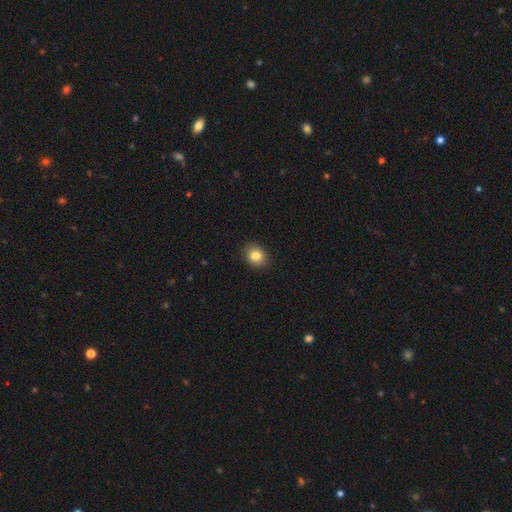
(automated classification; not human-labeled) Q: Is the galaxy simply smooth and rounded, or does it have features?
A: smooth — 83%.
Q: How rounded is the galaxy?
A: round — 66%.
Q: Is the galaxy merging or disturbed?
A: none — 90%.